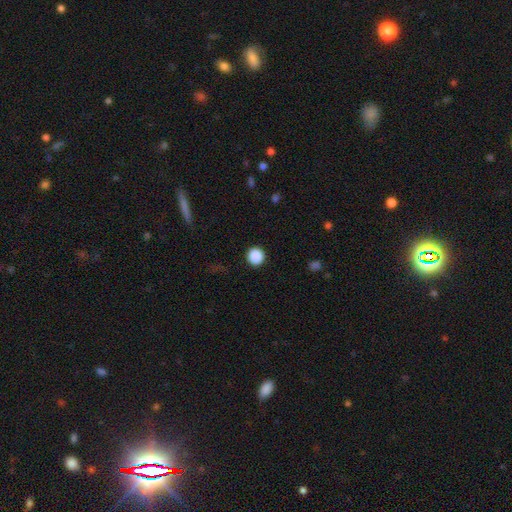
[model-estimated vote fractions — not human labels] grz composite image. It shows a smooth galaxy with no disk features (88%) that is round (95%). Merging: none (92%).